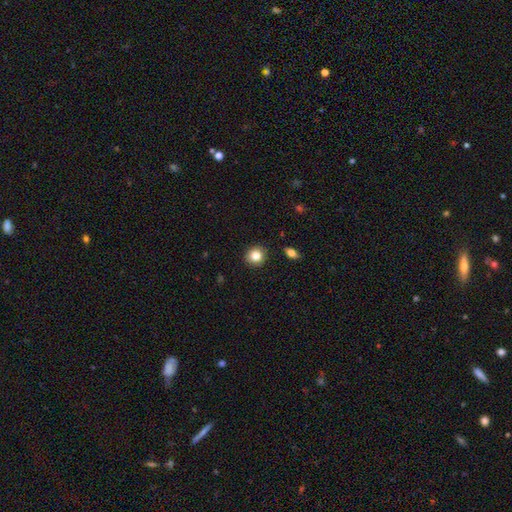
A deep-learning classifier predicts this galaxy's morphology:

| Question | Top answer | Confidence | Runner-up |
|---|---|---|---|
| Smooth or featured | smooth | 83% | star or artifact (10%) |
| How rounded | round | 82% | in between (17%) |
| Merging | none | 90% | minor disturbance (7%) |